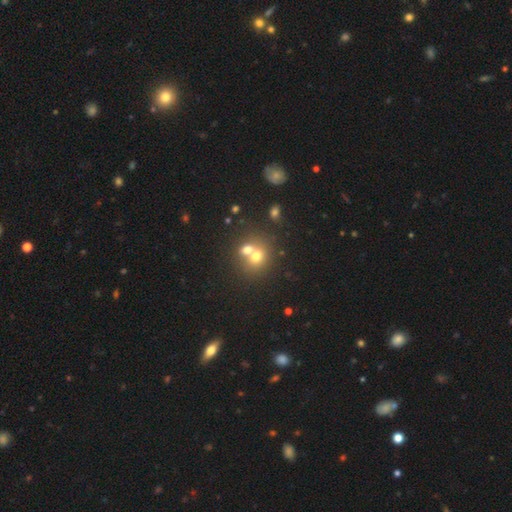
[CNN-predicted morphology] type=smooth (67%); roundness=round (68%); merging=merger (59%).